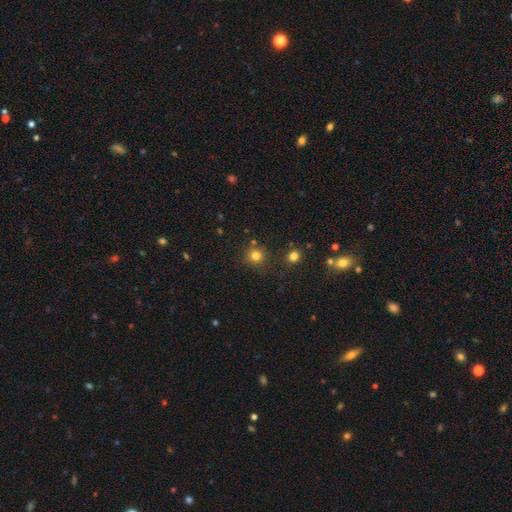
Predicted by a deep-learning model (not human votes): Overall: smooth (79%). How rounded: round (92%). Merging: none (81%).